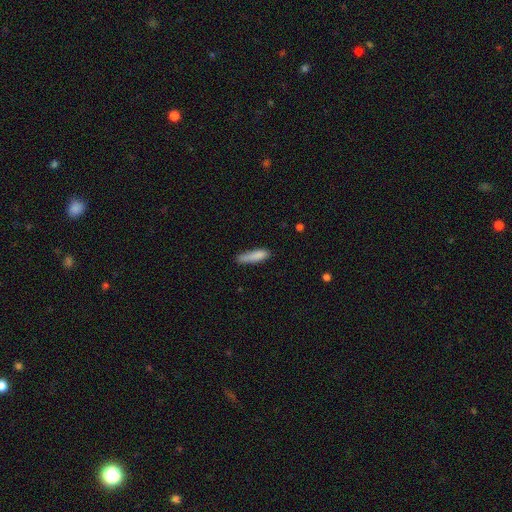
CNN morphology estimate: The model was most divided on "merging": none: 63%, minor disturbance: 27%, major disturbance: 7%, merger: 4%. More confident: smooth or featured — smooth (84%); how rounded — cigar-shaped (73%).